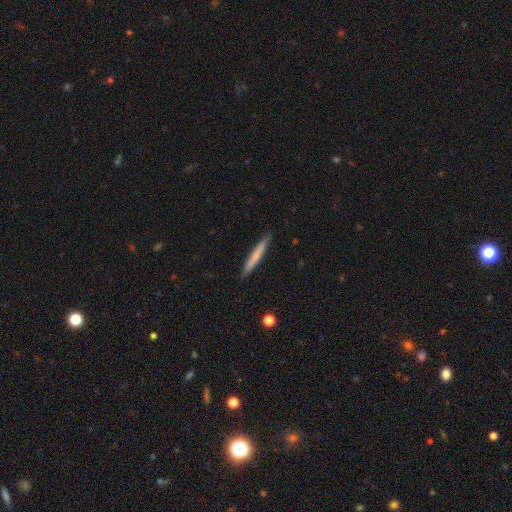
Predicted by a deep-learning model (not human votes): Overall: smooth (65%; featured or disk 29%). How rounded: cigar-shaped (96%). Merging: none (90%).